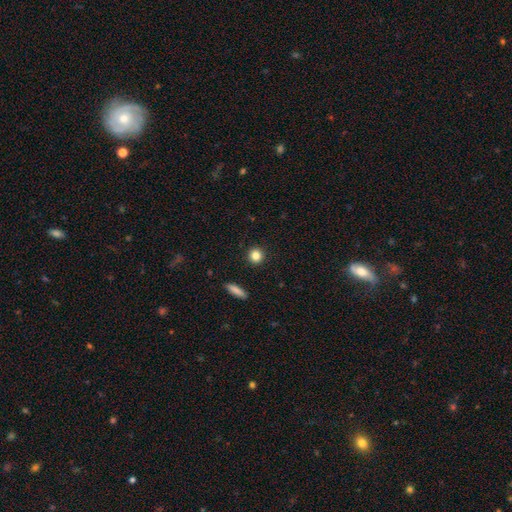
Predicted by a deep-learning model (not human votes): smooth 84%, star or artifact 10%, featured or disk 6%. Down the decision tree: how rounded — round (90%); merging — none (92%).